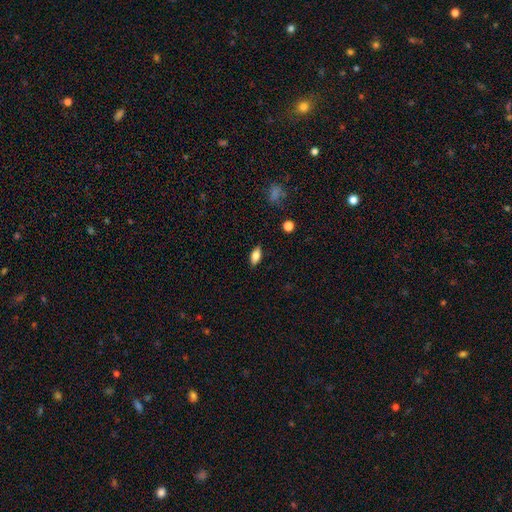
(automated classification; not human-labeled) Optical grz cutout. It shows a smooth galaxy with no disk features (76%) that is in between round and cigar-shaped (85%). Merging: none (86%).